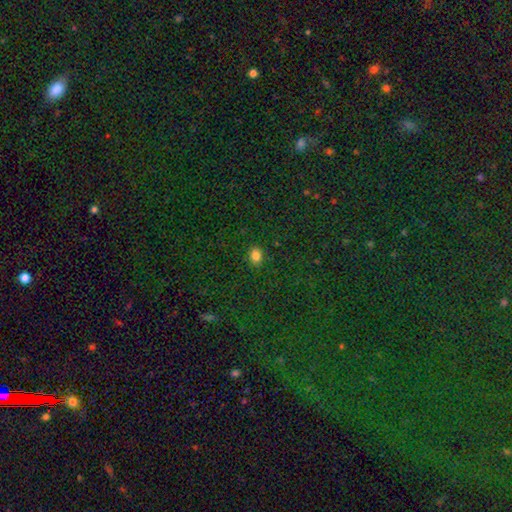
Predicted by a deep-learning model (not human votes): Morphology: type=smooth (84%); roundness=in between (63%); merging=none (87%).